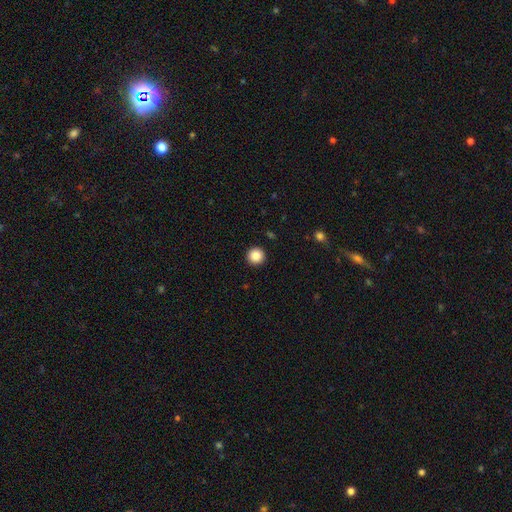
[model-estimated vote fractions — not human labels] Smooth or featured? Predicted: smooth (p=0.86). How rounded? Predicted: round (p=0.96). Merging? Predicted: none (p=0.93).